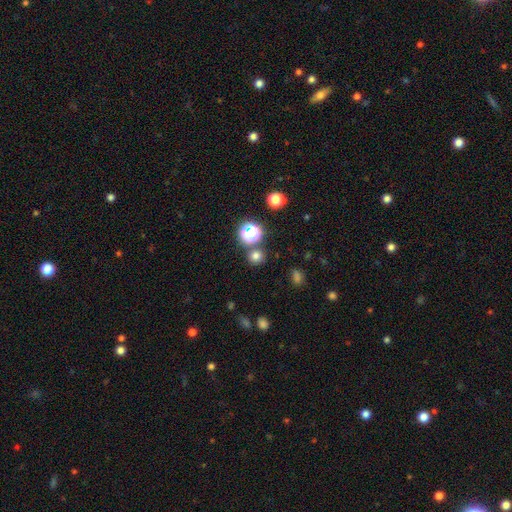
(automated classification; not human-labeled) smooth_or_featured: smooth (p=0.69) [alt: star or artifact p=0.25]
how_rounded: round (p=0.90) [alt: in between p=0.09]
merging: none (p=0.78) [alt: merger p=0.11]